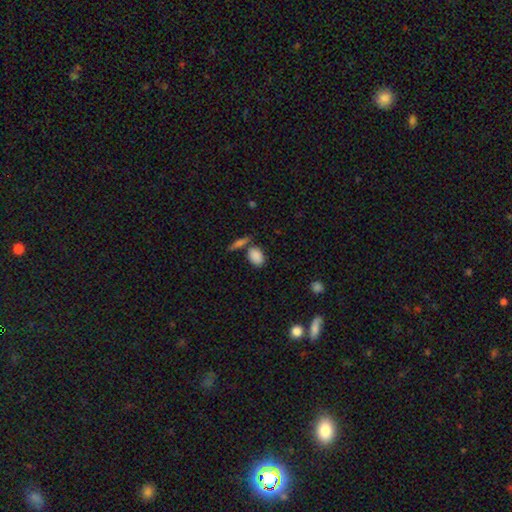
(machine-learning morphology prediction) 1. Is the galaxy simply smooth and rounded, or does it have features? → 87% smooth, 8% star or artifact, 5% featured or disk.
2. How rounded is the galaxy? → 85% in between, 12% round, 3% cigar-shaped.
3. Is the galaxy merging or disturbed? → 65% none, 18% merger, 13% minor disturbance, 4% major disturbance.